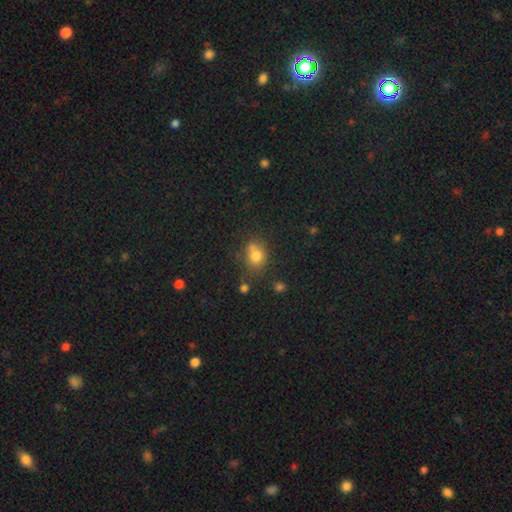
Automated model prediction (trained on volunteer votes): The model was most divided on "how rounded": round: 59%, in between: 40%, cigar-shaped: 1%. Remaining: smooth or featured — smooth (76%); merging — none (49%).